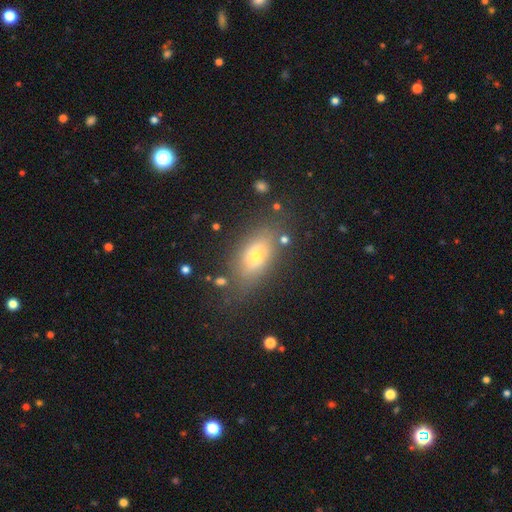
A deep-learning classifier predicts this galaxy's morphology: Smooth or featured: smooth — 63% (featured or disk — 23%)
How rounded: in between — 76% (round — 12%)
Merging: none — 75% (minor disturbance — 15%)